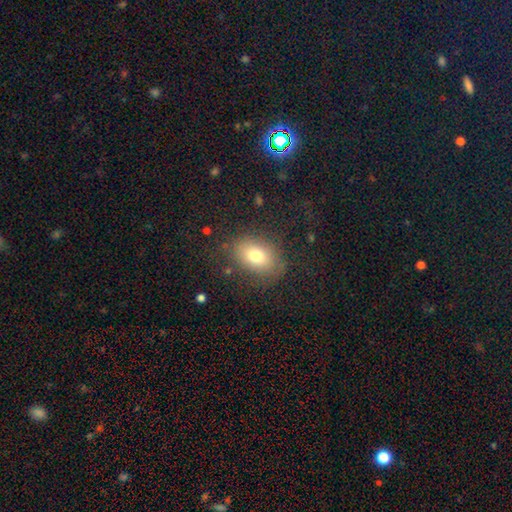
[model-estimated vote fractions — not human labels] The model was most divided on "how rounded": in between: 77%, round: 21%, cigar-shaped: 1%. More confident: merging — none (77%); smooth or featured — smooth (77%).